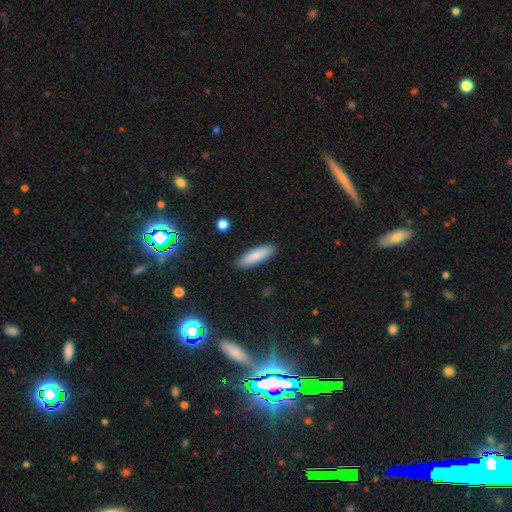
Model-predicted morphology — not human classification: This appears to be a smooth galaxy with no disk features (85%) that is cigar-shaped (52%). Merging: none (88%).